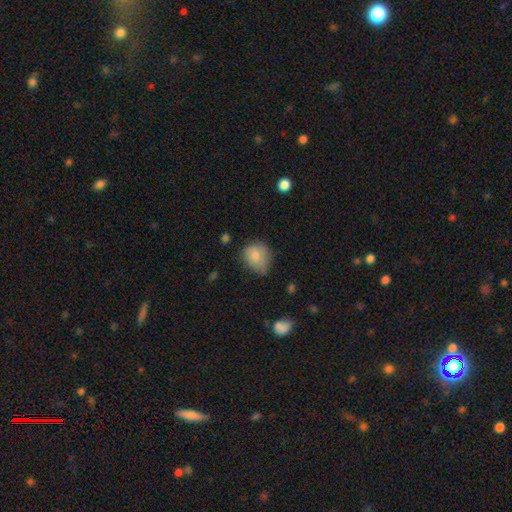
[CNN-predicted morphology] This is likely a smooth galaxy (79%). How rounded: likely round (66%). Merging: possibly none (53%).